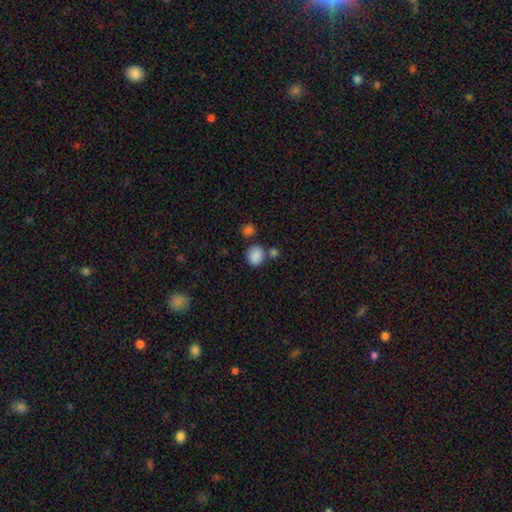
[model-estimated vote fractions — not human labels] A smooth galaxy with no disk features (86%) that is round (76%).

Vote fractions:
- Smooth or featured? smooth: 86% / star or artifact: 9% / featured or disk: 5%
- How rounded? round: 76% / in between: 23% / cigar-shaped: 1%
- Merging? none: 67% / merger: 15% / minor disturbance: 13% / major disturbance: 4%